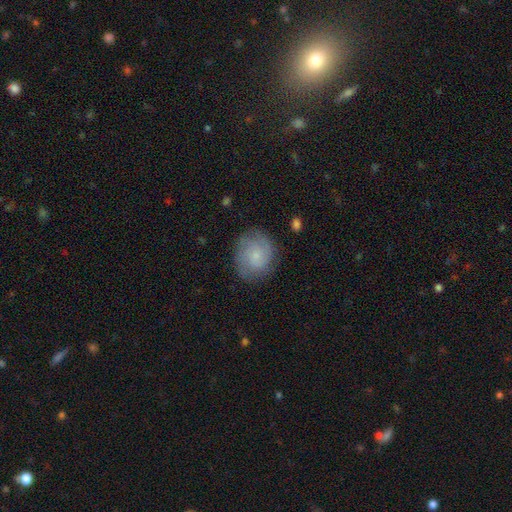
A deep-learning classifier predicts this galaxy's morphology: Smooth or featured? Predicted: featured or disk (p=0.47). Merging? Predicted: none (p=0.78).